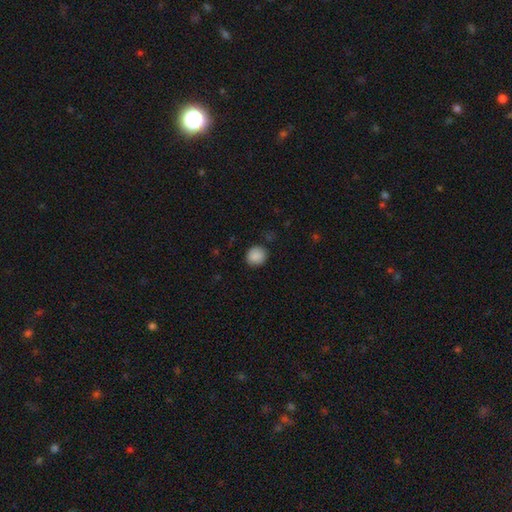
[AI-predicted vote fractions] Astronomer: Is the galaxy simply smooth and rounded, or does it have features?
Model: smooth — 88%.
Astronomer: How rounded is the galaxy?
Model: round — 86%.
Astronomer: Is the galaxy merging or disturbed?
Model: none — 86%.